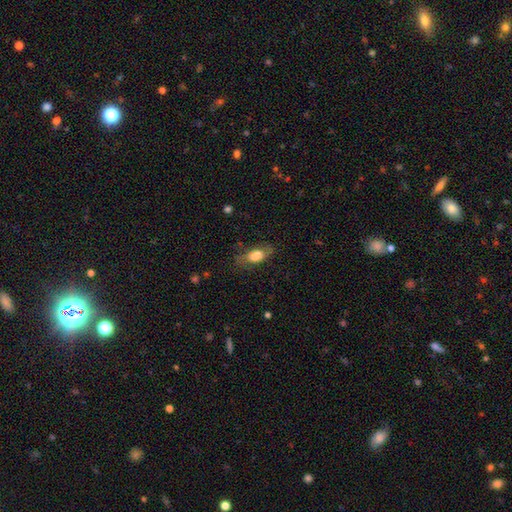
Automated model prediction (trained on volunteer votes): Smooth or featured? Predicted: smooth (p=0.70). How rounded? Predicted: in between (p=0.79). Merging? Predicted: none (p=0.66).